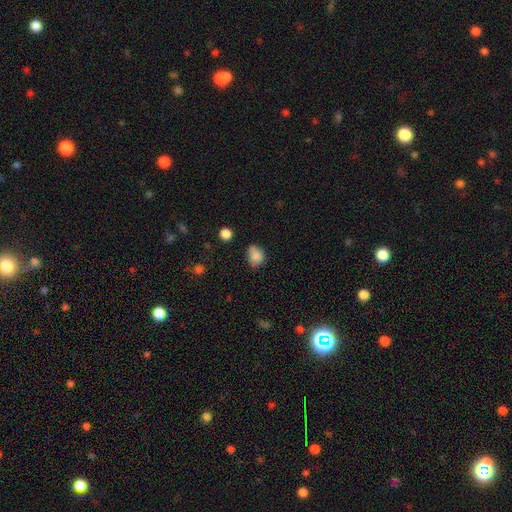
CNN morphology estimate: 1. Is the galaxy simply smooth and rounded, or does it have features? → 84% smooth, 10% star or artifact, 6% featured or disk.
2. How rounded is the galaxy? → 54% round, 45% in between, 1% cigar-shaped.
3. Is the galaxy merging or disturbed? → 59% none, 31% minor disturbance, 6% major disturbance, 4% merger.